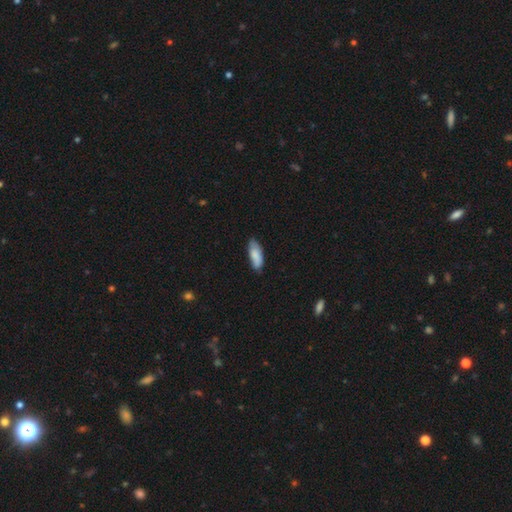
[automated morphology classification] smooth-or-featured: smooth: 82% | featured or disk: 12% | star or artifact: 6%
  how-rounded: in between: 75% | cigar-shaped: 23% | round: 2%
  merging: none: 67% | minor disturbance: 26% | major disturbance: 4% | merger: 2%